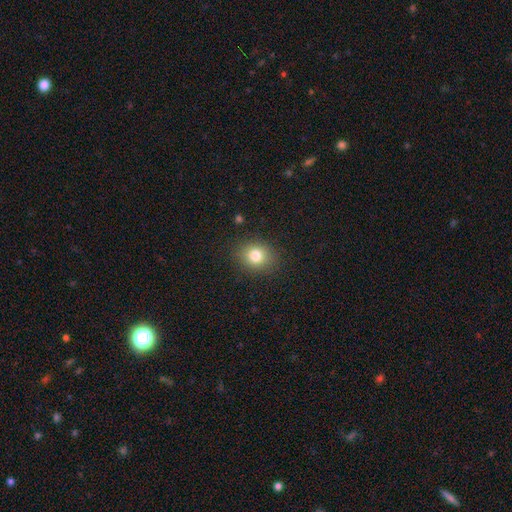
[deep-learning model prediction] A smooth galaxy with no disk features (80%) that is round (68%).

Vote fractions:
- Smooth or featured? smooth: 80% / star or artifact: 12% / featured or disk: 8%
- How rounded? round: 68% / in between: 31% / cigar-shaped: 1%
- Merging? none: 88% / minor disturbance: 8% / major disturbance: 3% / merger: 1%